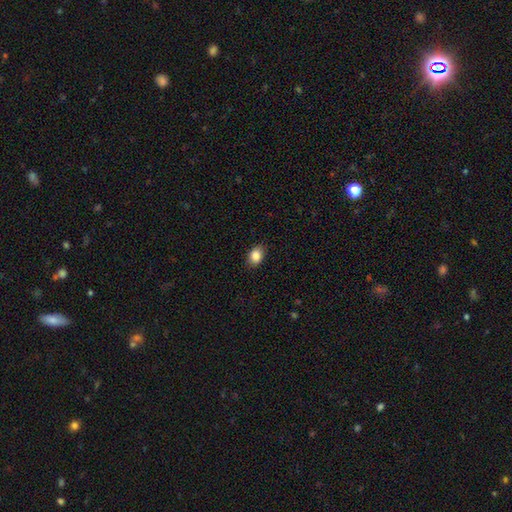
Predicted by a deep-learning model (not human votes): smooth-or-featured: smooth: 86% | star or artifact: 9% | featured or disk: 5%
  how-rounded: in between: 74% | round: 25% | cigar-shaped: 1%
  merging: none: 86% | minor disturbance: 11% | major disturbance: 2% | merger: 1%